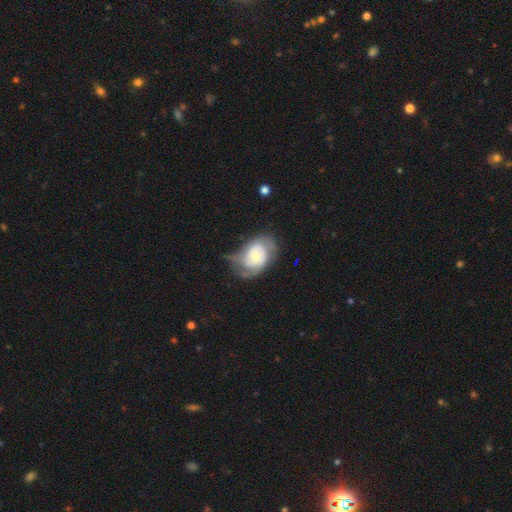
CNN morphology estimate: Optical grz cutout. It shows a featured or disk galaxy (69%) with no bar (66%), 2 (54%) tight (47%) spiral arms (84%) and a small central bulge (43%, tied with moderate). Merging: none (42%).